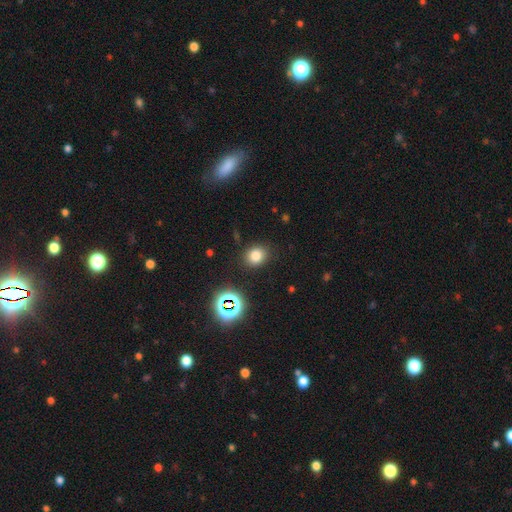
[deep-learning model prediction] The model was most divided on "how rounded": round: 64%, in between: 35%, cigar-shaped: 1%. More confident: merging — none (85%); smooth or featured — smooth (76%).